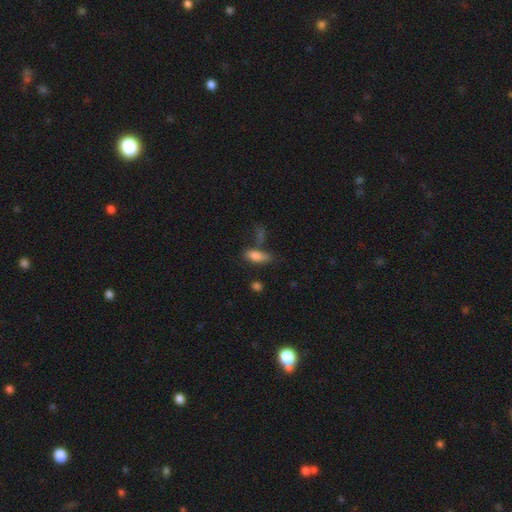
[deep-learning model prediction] smooth_or_featured: smooth (p=0.80) [alt: featured or disk p=0.11]
how_rounded: in between (p=0.73) [alt: cigar-shaped p=0.23]
merging: none (p=0.49) [alt: minor disturbance p=0.21]